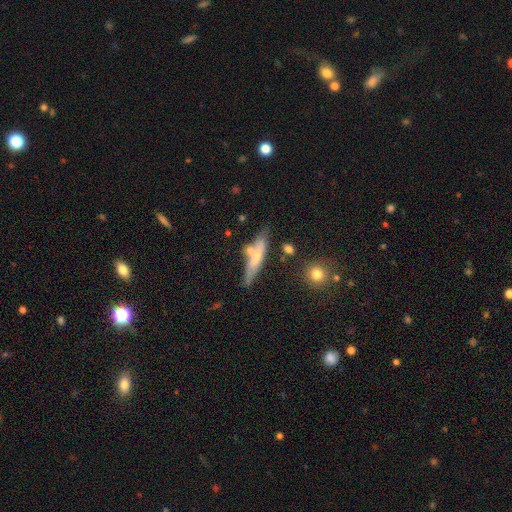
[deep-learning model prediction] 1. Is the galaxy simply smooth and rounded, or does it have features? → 53% smooth, 40% featured or disk, 7% star or artifact.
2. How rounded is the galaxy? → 77% cigar-shaped, 20% in between, 2% round.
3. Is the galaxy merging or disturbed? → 58% none, 19% minor disturbance, 18% merger, 5% major disturbance.